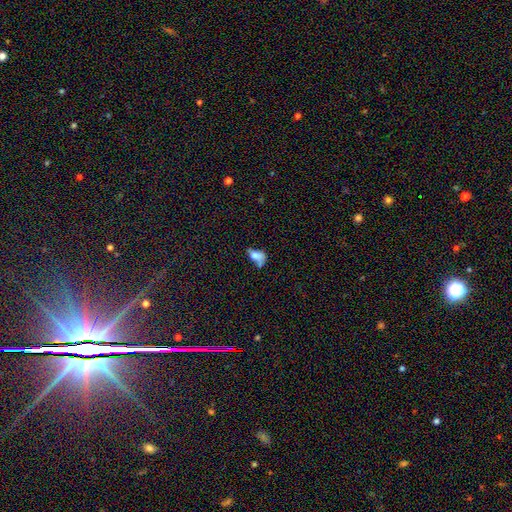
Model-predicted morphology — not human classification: Smooth or featured: smooth — 65% (featured or disk — 24%)
How rounded: in between — 79% (round — 17%)
Merging: major disturbance — 27% (merger — 25%)